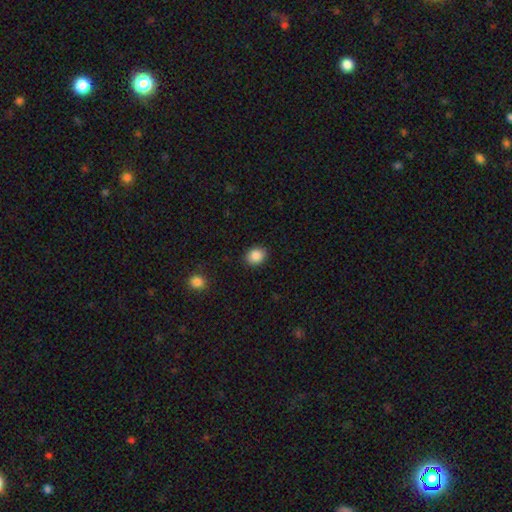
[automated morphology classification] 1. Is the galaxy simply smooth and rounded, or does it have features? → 88% smooth, 9% star or artifact, 4% featured or disk.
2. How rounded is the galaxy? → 62% round, 37% in between, 1% cigar-shaped.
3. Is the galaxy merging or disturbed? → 89% none, 7% minor disturbance, 2% major disturbance, 1% merger.